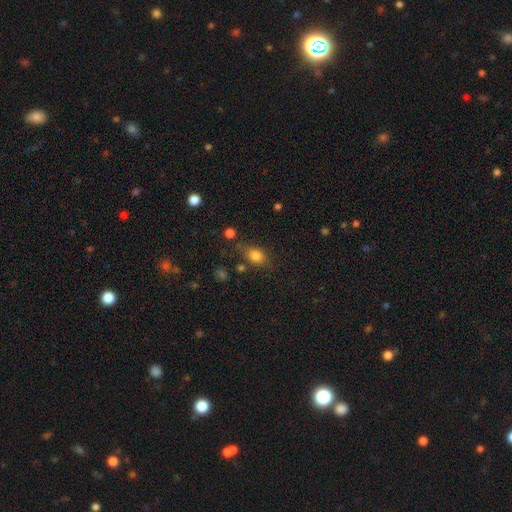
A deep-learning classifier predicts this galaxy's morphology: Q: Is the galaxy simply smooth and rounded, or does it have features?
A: smooth — 82%.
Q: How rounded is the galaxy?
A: in between — 72%.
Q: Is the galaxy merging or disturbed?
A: none — 68%.